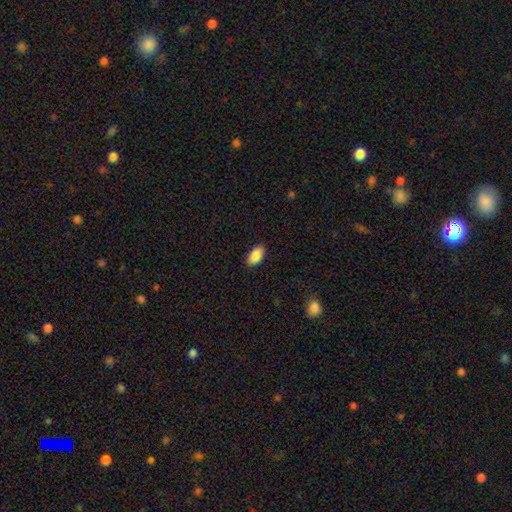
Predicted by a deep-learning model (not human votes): Smooth or featured?
  - smooth: 88% *
  - star or artifact: 7%
  - featured or disk: 5%
How rounded?
  - in between: 94% *
  - round: 3%
  - cigar-shaped: 3%
Merging?
  - none: 88% *
  - minor disturbance: 9%
  - major disturbance: 2%
  - merger: 1%